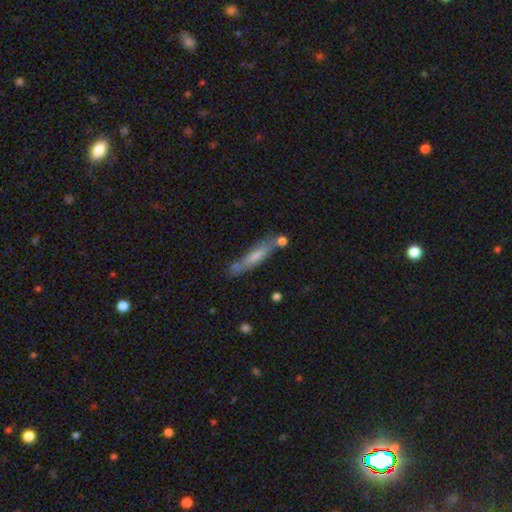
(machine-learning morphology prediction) Smooth or featured? Predicted: smooth (p=0.53). How rounded? Predicted: cigar-shaped (p=0.86). Merging? Predicted: none (p=0.68).